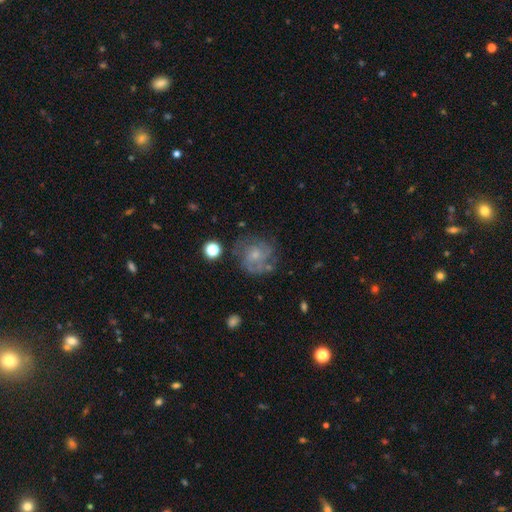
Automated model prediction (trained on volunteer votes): Smooth or featured? Predicted: featured or disk (p=0.61). Edge-on disk? Predicted: no (p=0.98). Bar? Predicted: no (p=0.77). Spiral arms? Predicted: yes (p=0.73). Bulge size? Predicted: small (p=0.62). Merging? Predicted: none (p=0.61).